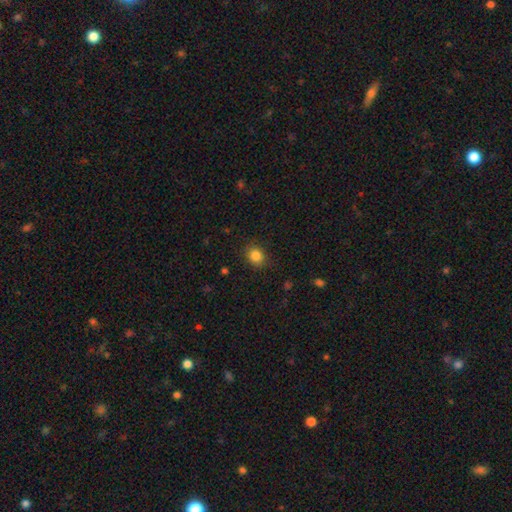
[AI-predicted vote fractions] Q: Smooth or featured?
A: smooth (85%); runner-up: star or artifact (10%)
Q: How rounded?
A: round (57%); runner-up: in between (42%)
Q: Merging?
A: none (86%); runner-up: minor disturbance (10%)